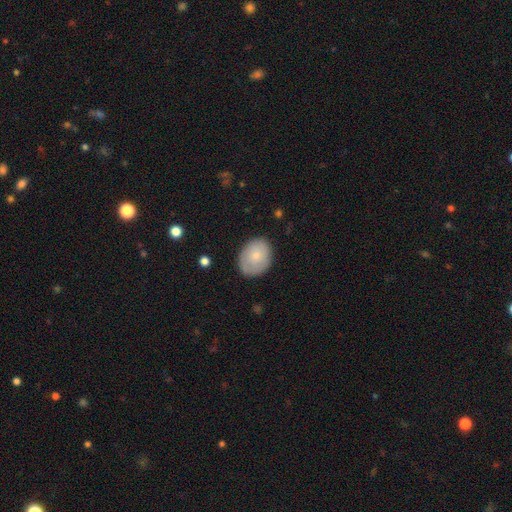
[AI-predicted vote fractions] This is likely a smooth galaxy (72%). How rounded: likely in between (61%). Merging: likely none (77%).